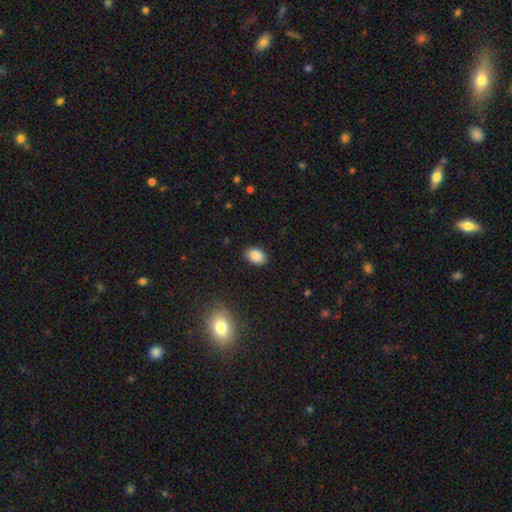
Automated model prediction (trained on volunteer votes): The model was most divided on "how rounded": in between: 87%, round: 11%, cigar-shaped: 1%. More confident: merging — none (88%); smooth or featured — smooth (88%).